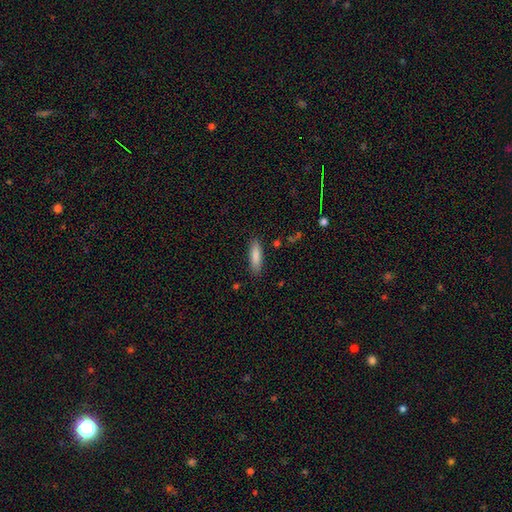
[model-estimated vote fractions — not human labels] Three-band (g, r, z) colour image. It shows a smooth galaxy with no disk features (86%) that is cigar-shaped (53%). Merging: none (86%).